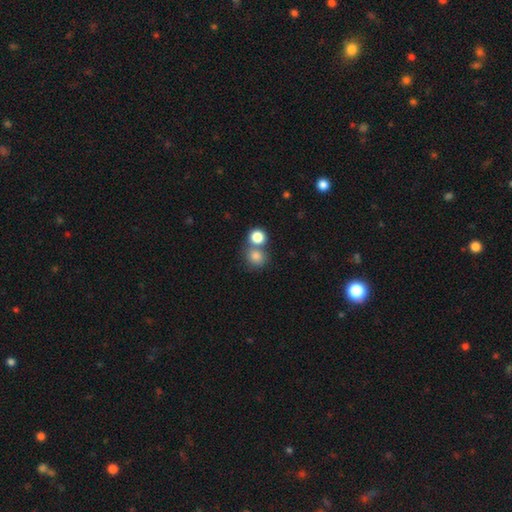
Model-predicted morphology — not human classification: Smooth or featured?
  - smooth: 81% *
  - star or artifact: 12%
  - featured or disk: 7%
How rounded?
  - round: 83% *
  - in between: 16%
  - cigar-shaped: 1%
Merging?
  - none: 52% *
  - merger: 37%
  - minor disturbance: 8%
  - major disturbance: 3%